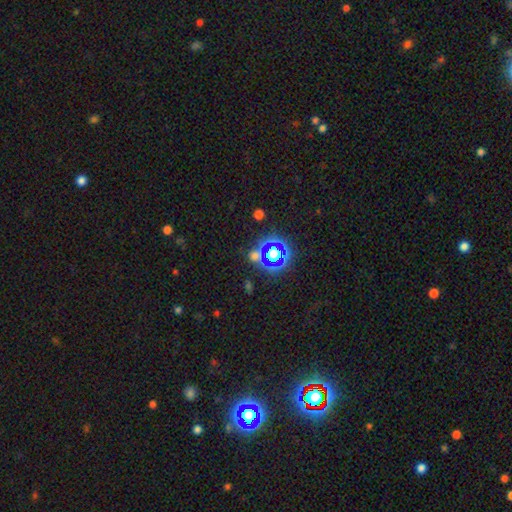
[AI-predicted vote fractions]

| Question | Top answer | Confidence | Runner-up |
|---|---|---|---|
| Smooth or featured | star or artifact | 56% | smooth (34%) |